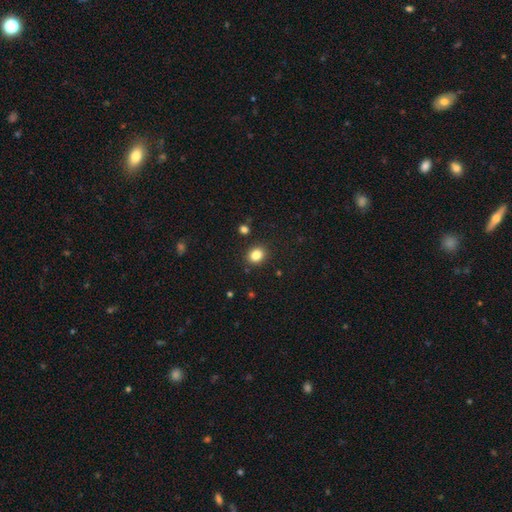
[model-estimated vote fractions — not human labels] The model was most divided on "how rounded": round: 61%, in between: 38%, cigar-shaped: 1%. More confident: merging — none (89%); smooth or featured — smooth (84%).